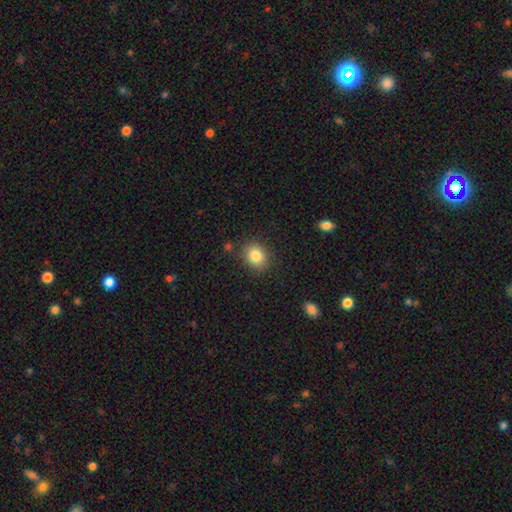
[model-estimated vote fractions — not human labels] A smooth galaxy with no disk features (84%) that is round (57%). Merging: none (85%).